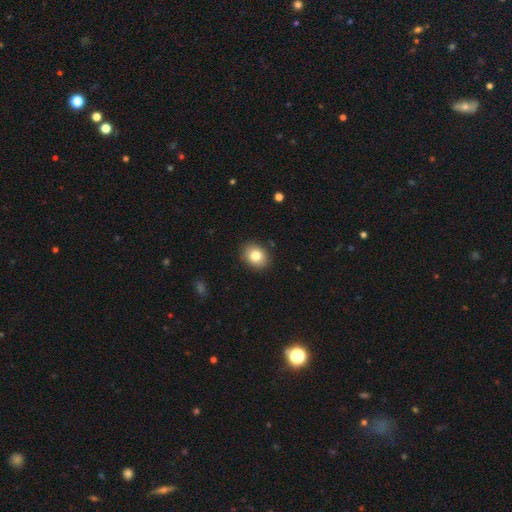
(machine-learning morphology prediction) A smooth galaxy with no disk features (82%) that is in between round and cigar-shaped (55%). Merging: none (88%).